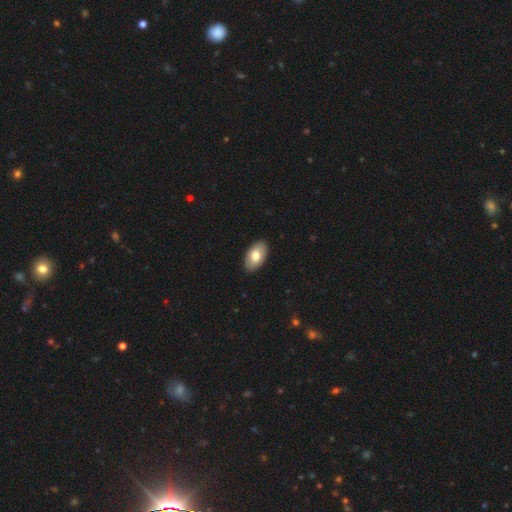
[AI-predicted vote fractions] This appears to be a smooth galaxy with no disk features (76%) that is in between round and cigar-shaped (95%). Merging: none (90%).